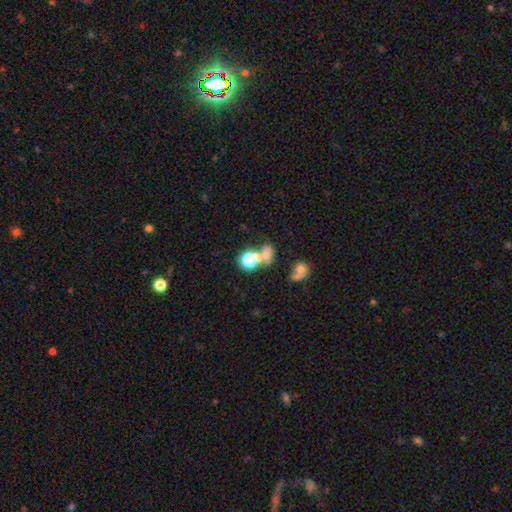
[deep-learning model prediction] Smooth or featured? smooth (53%)
How rounded? round (65%)
Merging? merger (41%, tied with none)